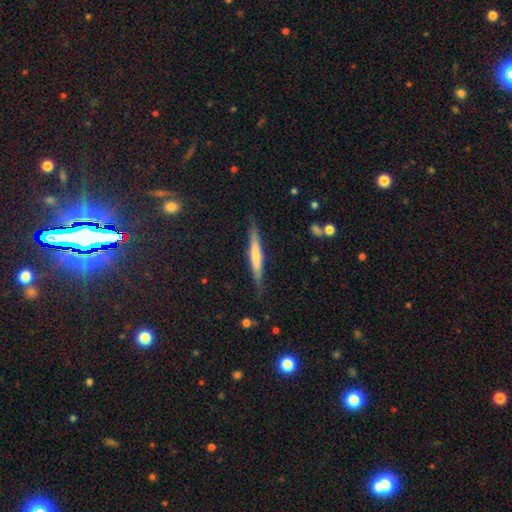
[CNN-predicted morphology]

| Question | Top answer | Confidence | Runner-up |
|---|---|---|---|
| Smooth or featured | smooth | 54% | featured or disk (40%) |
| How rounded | cigar-shaped | 94% | in between (5%) |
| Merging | none | 80% | minor disturbance (15%) |